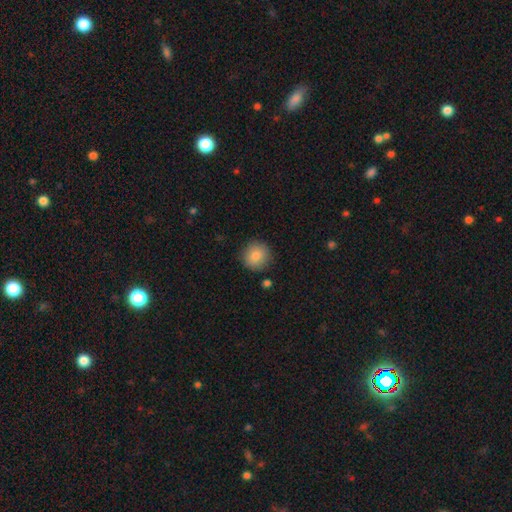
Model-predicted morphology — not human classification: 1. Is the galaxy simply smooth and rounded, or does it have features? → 84% smooth, 9% star or artifact, 7% featured or disk.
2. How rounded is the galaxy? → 92% round, 7% in between, 1% cigar-shaped.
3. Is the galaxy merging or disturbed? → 87% none, 9% minor disturbance, 2% major disturbance, 2% merger.